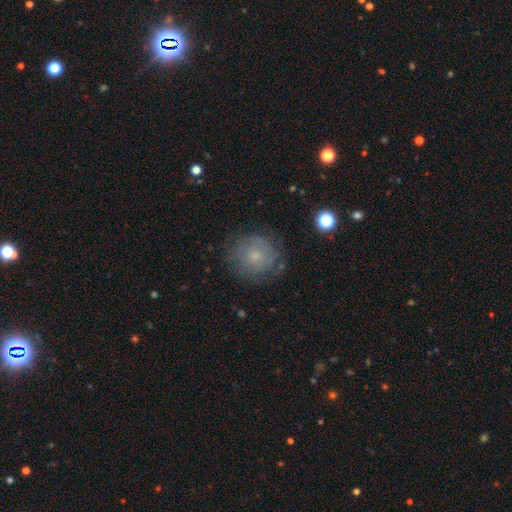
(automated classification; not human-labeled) Overall: smooth (60%; featured or disk 29%). How rounded: round (91%). Merging: none (75%).